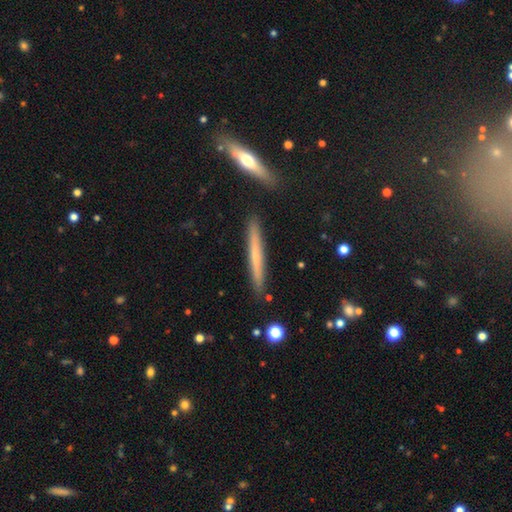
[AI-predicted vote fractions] smooth-or-featured: smooth: 54% | featured or disk: 39% | star or artifact: 7%
  how-rounded: cigar-shaped: 96% | in between: 3% | round: 1%
  merging: none: 89% | minor disturbance: 7% | merger: 2% | major disturbance: 1%